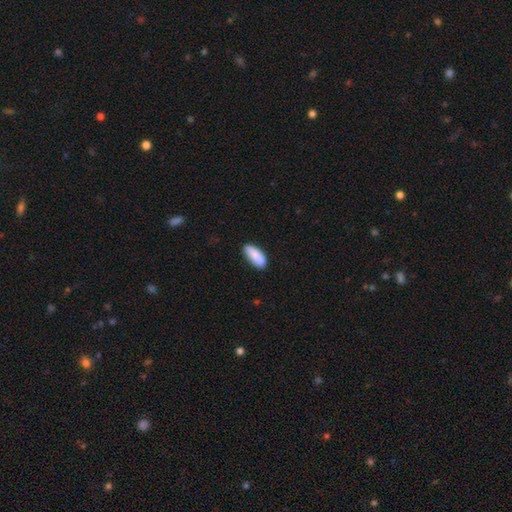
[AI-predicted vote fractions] smooth 87%, featured or disk 7%, star or artifact 6%. Down the decision tree: how rounded — in between (79%); merging — none (81%).